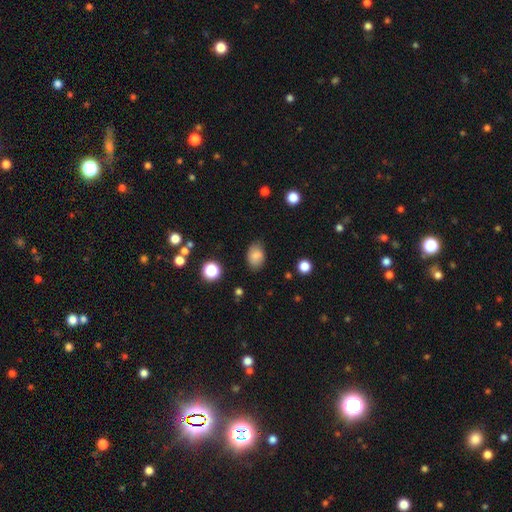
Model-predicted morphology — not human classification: smooth_or_featured: smooth (p=0.83) [alt: star or artifact p=0.09]
how_rounded: in between (p=0.82) [alt: round p=0.17]
merging: none (p=0.80) [alt: minor disturbance p=0.15]